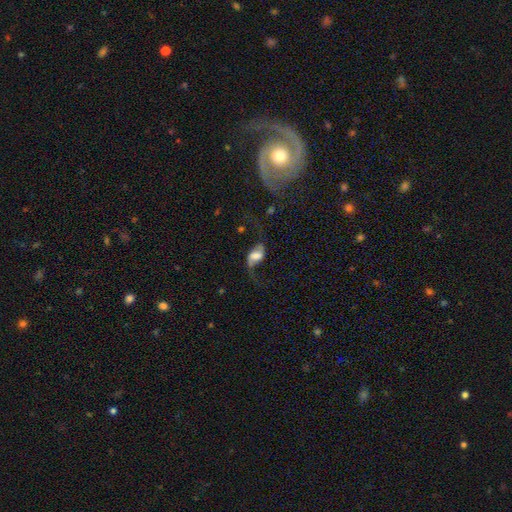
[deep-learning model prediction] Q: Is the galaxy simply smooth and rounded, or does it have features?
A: featured or disk — 68%.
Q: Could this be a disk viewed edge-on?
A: no — 95%.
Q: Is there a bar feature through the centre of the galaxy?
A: weak — 44%.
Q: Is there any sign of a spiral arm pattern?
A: yes — 90%.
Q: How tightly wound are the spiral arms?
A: loose — 88%.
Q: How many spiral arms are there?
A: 2 — 89%.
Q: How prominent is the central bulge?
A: large — 32%.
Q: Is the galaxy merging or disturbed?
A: none — 53%.